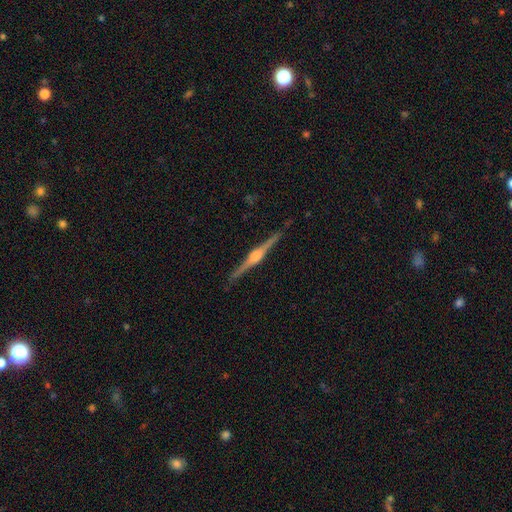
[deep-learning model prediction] Morphology: type=featured or disk (87%); edge-on=yes (99%); edge-on bulge=rounded (86%); merging=none (91%).